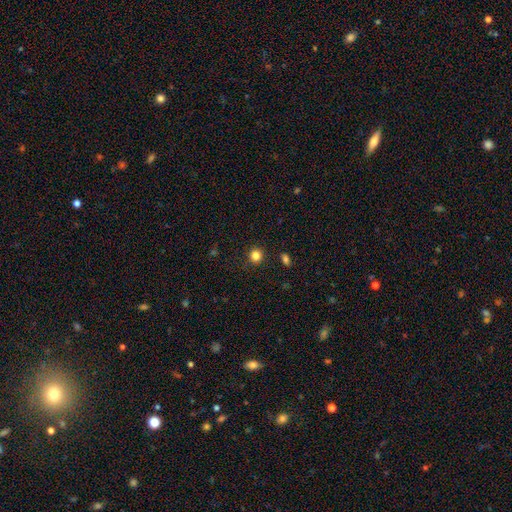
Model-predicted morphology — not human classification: A smooth galaxy with no disk features (83%) that is round (92%).

Vote fractions:
- Smooth or featured? smooth: 83% / star or artifact: 13% / featured or disk: 4%
- How rounded? round: 92% / in between: 7% / cigar-shaped: 1%
- Merging? none: 90% / minor disturbance: 6% / major disturbance: 2% / merger: 2%